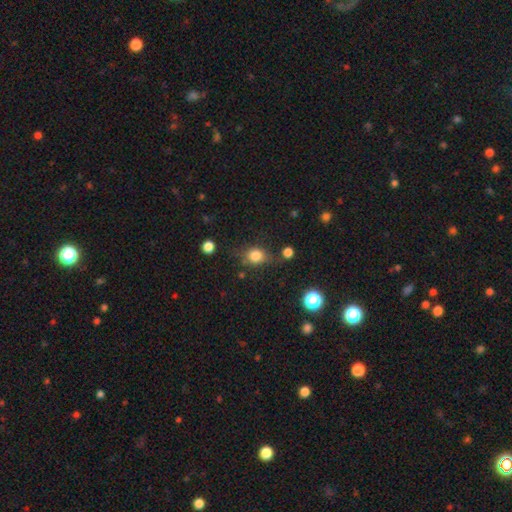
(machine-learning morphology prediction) A smooth galaxy with no disk features (79%) that is round (63%). Merging: none (66%).